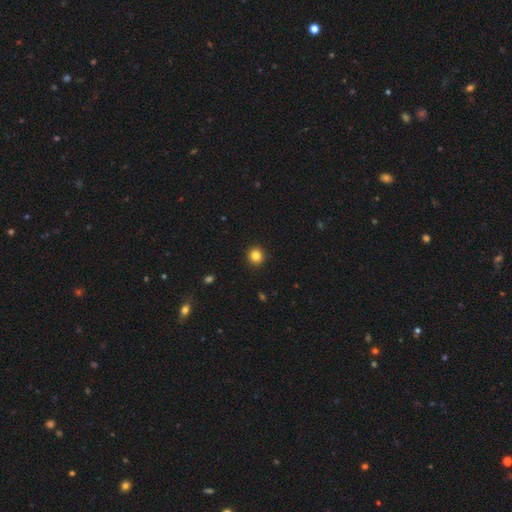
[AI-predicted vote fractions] The model was most divided on "smooth or featured": smooth: 83%, star or artifact: 12%, featured or disk: 5%. More confident: how rounded — round (93%); merging — none (93%).